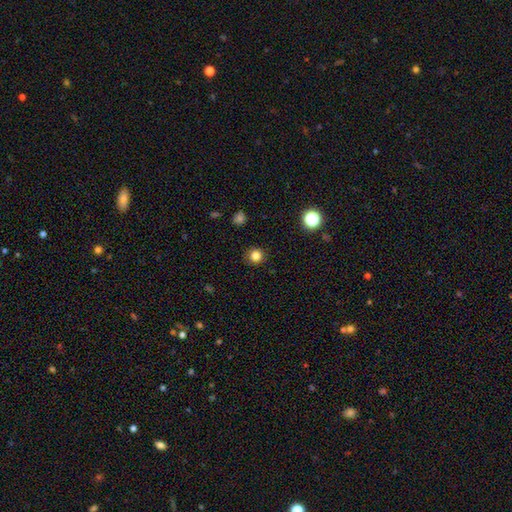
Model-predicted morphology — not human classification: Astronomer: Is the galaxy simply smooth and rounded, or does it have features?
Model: smooth — 82%.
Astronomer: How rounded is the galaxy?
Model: round — 92%.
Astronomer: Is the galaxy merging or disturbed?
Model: none — 91%.